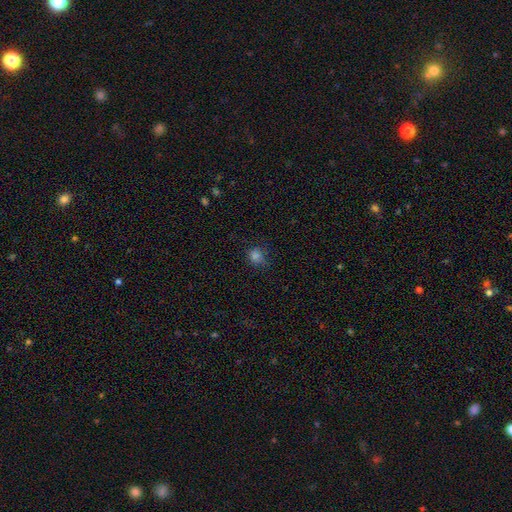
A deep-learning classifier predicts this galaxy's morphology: A smooth galaxy with no disk features (79%) that is round (82%). Merging: none (69%).